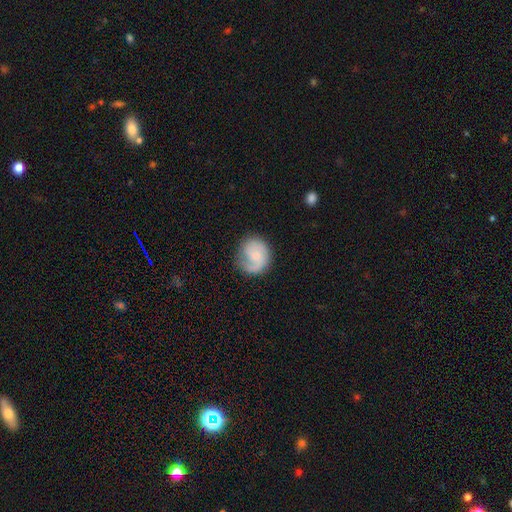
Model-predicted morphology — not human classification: Smooth or featured? featured or disk (55%)
Edge-on disk? no (98%)
Bar? no (66%)
Spiral arms? yes (89%)
Bulge size? small (50%)
Merging? none (67%)